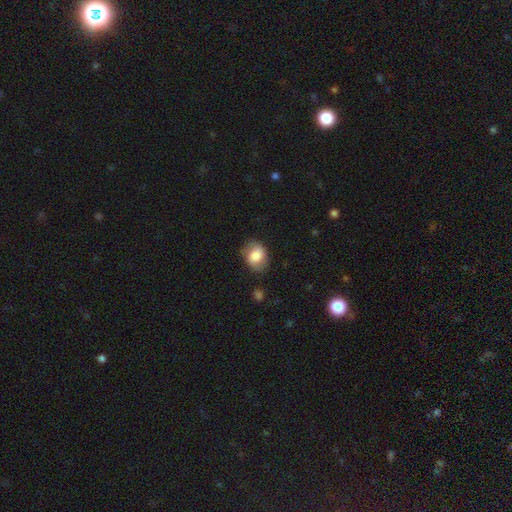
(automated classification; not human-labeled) Smooth or featured?
  - smooth: 70% *
  - featured or disk: 23%
  - star or artifact: 8%
How rounded?
  - in between: 60% *
  - round: 39%
  - cigar-shaped: 1%
Merging?
  - none: 74% *
  - minor disturbance: 19%
  - major disturbance: 6%
  - merger: 1%